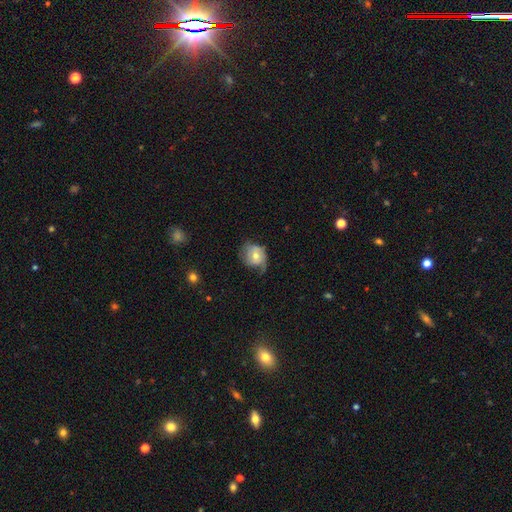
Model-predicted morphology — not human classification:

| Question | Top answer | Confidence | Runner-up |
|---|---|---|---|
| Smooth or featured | featured or disk | 47% | smooth (46%) |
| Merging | none | 39% | minor disturbance (33%) |